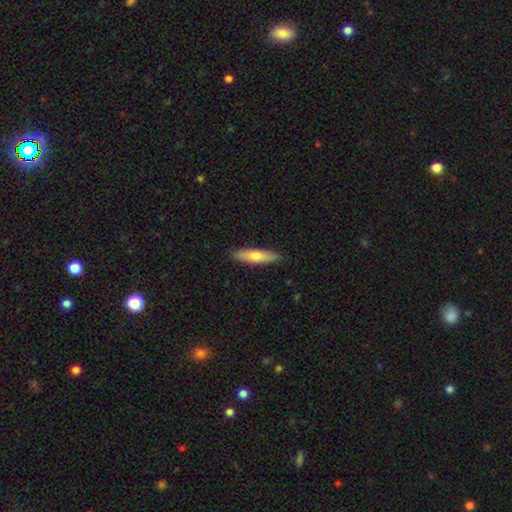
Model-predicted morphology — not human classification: This is likely a smooth galaxy (67%). How rounded: likely cigar-shaped (72%). Merging: clearly none (90%).